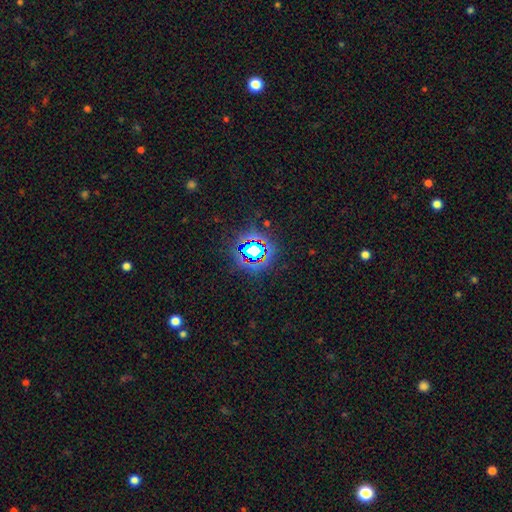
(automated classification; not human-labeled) Smooth or featured? Predicted: star or artifact (p=0.73).